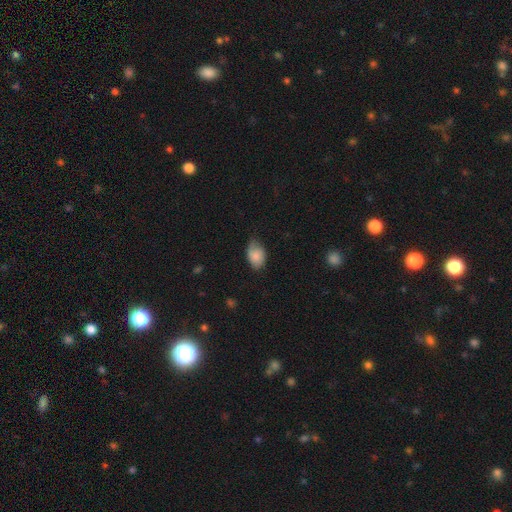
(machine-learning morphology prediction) type=smooth (78%); roundness=in between (86%); merging=none (55%).